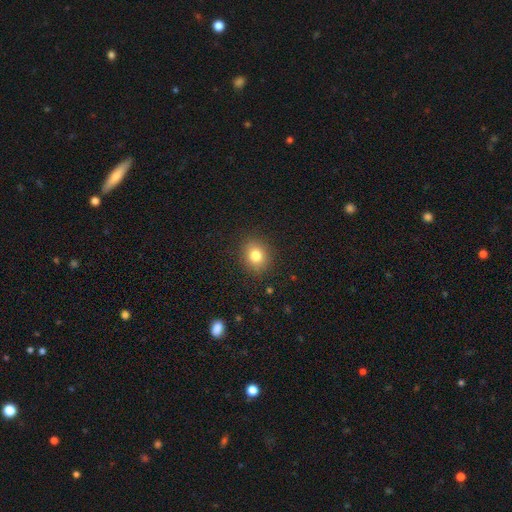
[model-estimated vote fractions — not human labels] smooth 81%, star or artifact 11%, featured or disk 8%. Down the decision tree: how rounded — round (70%); merging — none (89%).